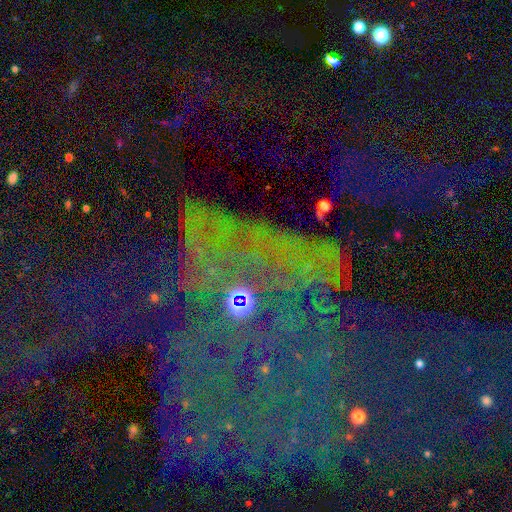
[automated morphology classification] Q: Smooth or featured?
A: star or artifact (71%); runner-up: featured or disk (16%)